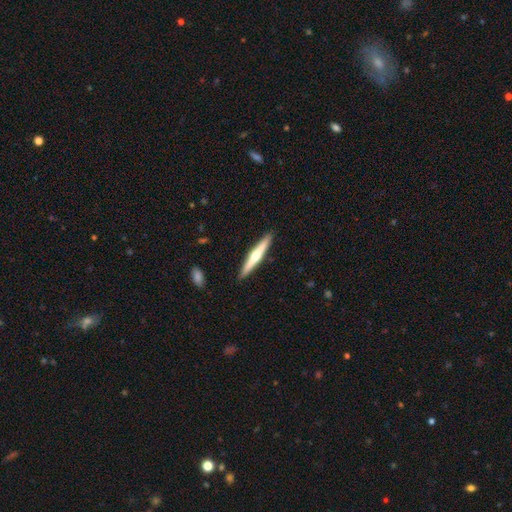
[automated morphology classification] smooth-or-featured: featured or disk: 60% | smooth: 35% | star or artifact: 5%
  disk-edge-on: yes: 98% | no: 2%
    edge-on-bulge: rounded: 84% | none: 12% | boxy: 4%
  merging: none: 92% | minor disturbance: 6% | major disturbance: 1% | merger: 1%